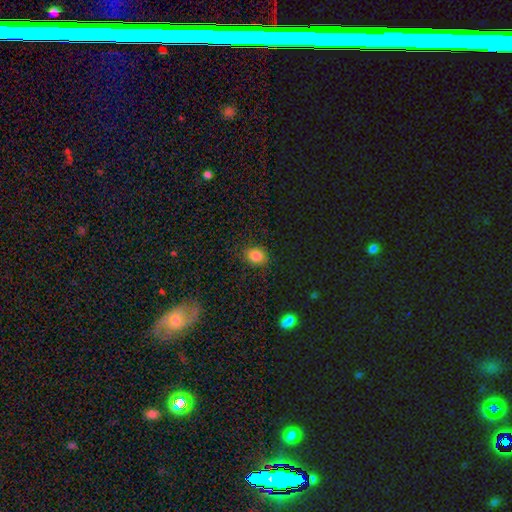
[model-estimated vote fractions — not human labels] Overall: smooth (84%). How rounded: round (53%; in between 46%). Merging: none (85%).